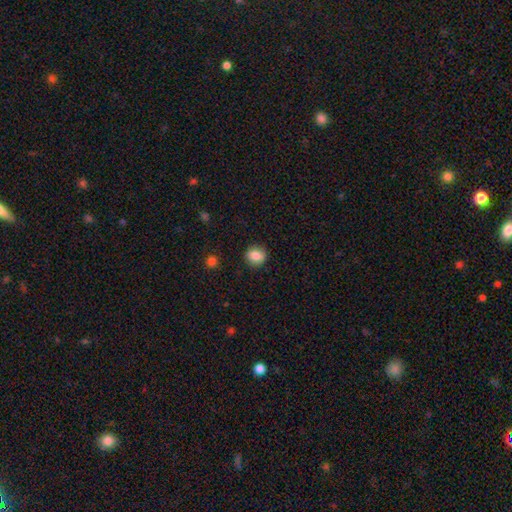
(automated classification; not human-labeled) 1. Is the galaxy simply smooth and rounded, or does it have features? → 83% smooth, 9% star or artifact, 8% featured or disk.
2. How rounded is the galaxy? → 75% round, 24% in between, 1% cigar-shaped.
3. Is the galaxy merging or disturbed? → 88% none, 9% minor disturbance, 2% major disturbance, 1% merger.